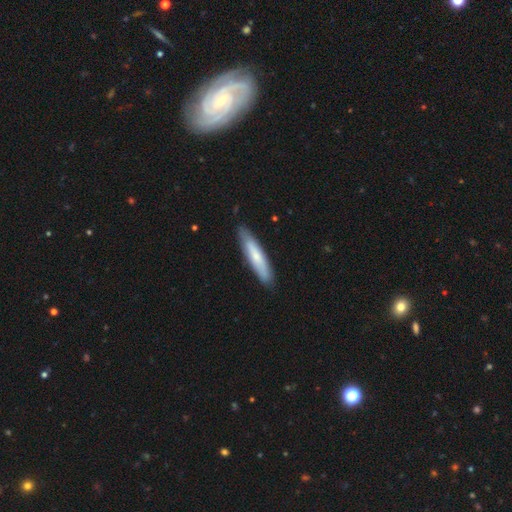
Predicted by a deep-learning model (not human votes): smooth-or-featured: smooth: 65% | featured or disk: 30% | star or artifact: 6%
  how-rounded: cigar-shaped: 87% | in between: 12% | round: 1%
  merging: none: 87% | minor disturbance: 10% | major disturbance: 2% | merger: 1%